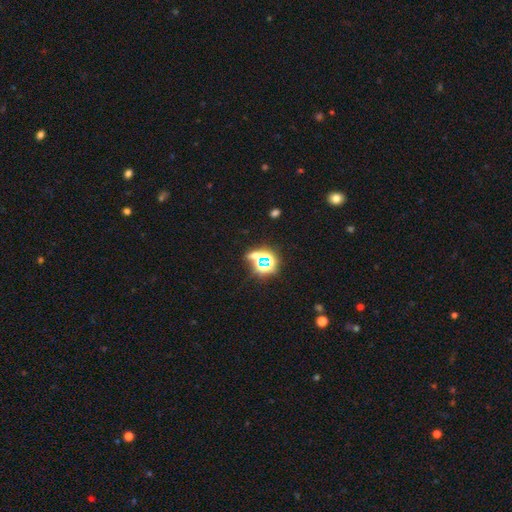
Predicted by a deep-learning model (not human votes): Smooth or featured?
  - star or artifact: 68% *
  - smooth: 22%
  - featured or disk: 10%